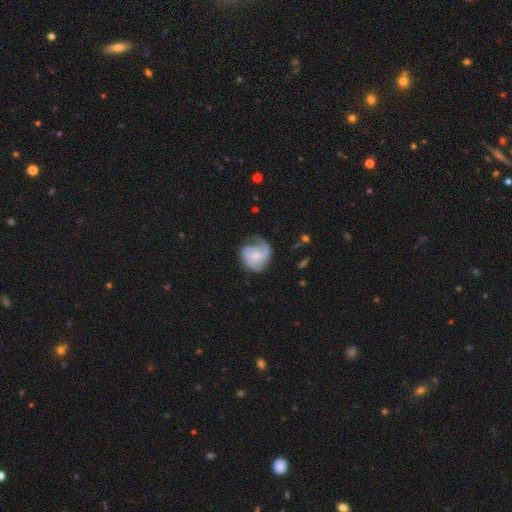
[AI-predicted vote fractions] Morphology: type=featured or disk (78%); edge-on=no (98%); bar=no (71%); spiral arms=yes (95%); winding=medium (44%); arm count=2 (41%); bulge=small (63%); merging=none (61%).